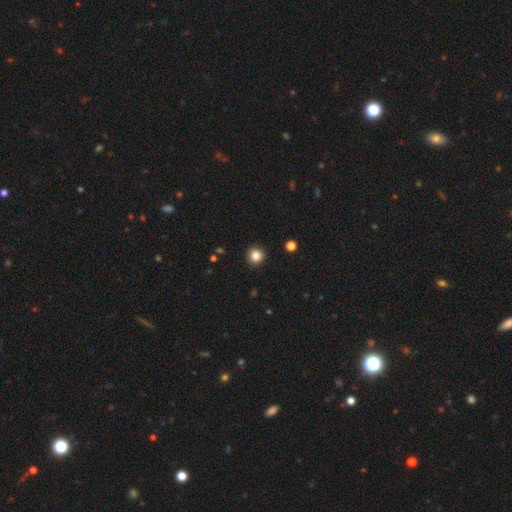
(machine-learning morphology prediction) Smooth or featured: smooth — 84% (star or artifact — 11%)
How rounded: round — 94% (in between — 5%)
Merging: none — 92% (minor disturbance — 5%)